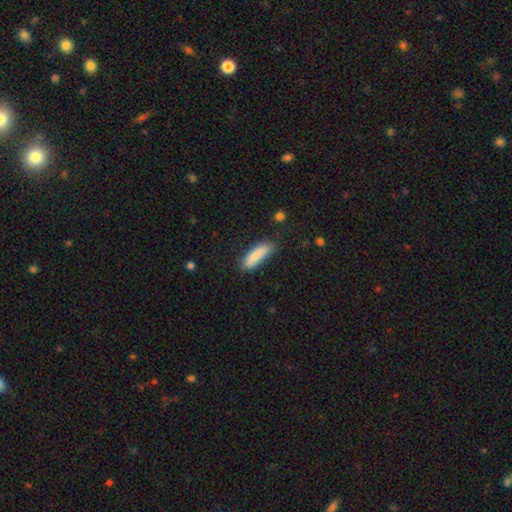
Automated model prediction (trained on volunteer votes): Overall: smooth (81%). How rounded: in between (50%; cigar-shaped 48%). Merging: none (75%).